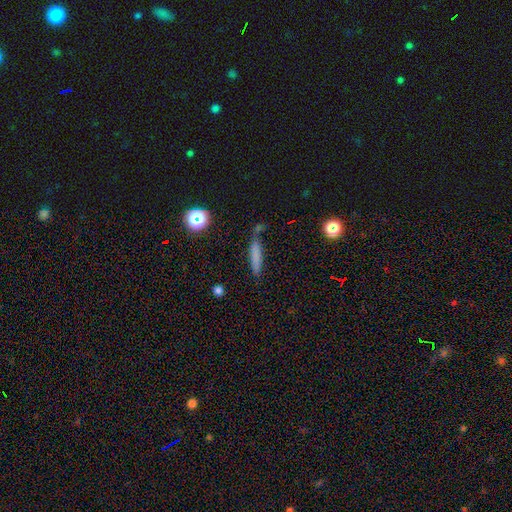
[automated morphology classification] Smooth or featured: smooth — 73% (featured or disk — 15%)
How rounded: cigar-shaped — 87% (in between — 11%)
Merging: none — 66% (minor disturbance — 19%)